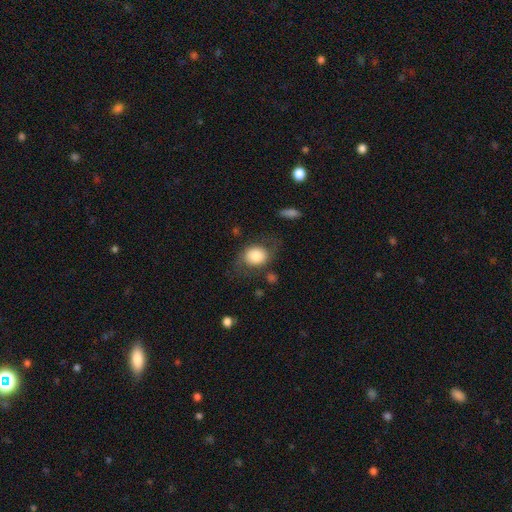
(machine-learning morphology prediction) Overall: smooth (71%). How rounded: round (58%; in between 41%). Merging: none (60%; minor disturbance 21%).